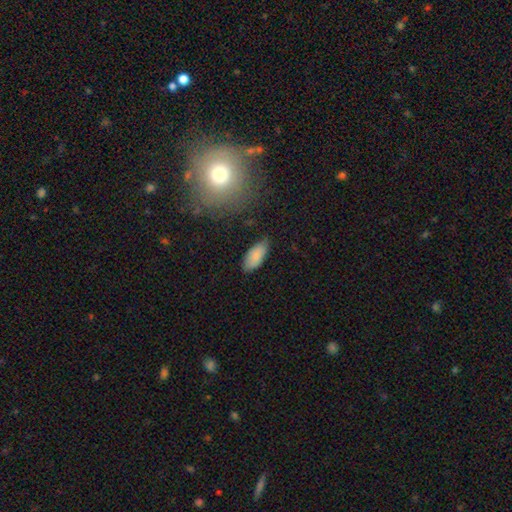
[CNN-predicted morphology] This appears to be a smooth galaxy with no disk features (83%) that is in between round and cigar-shaped (88%). Merging: none (76%).